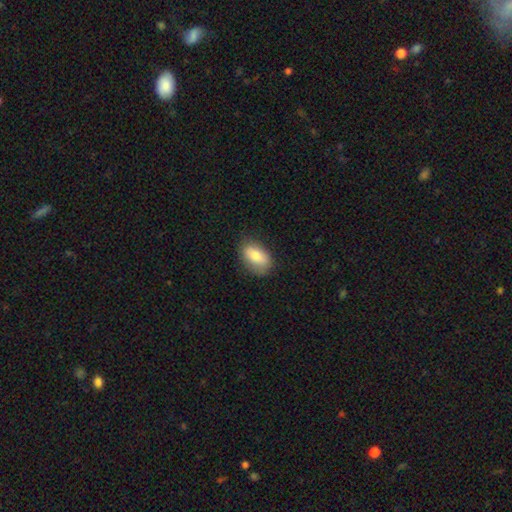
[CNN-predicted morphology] This appears to be a smooth galaxy with no disk features (80%) that is in between round and cigar-shaped (90%). Merging: none (78%).